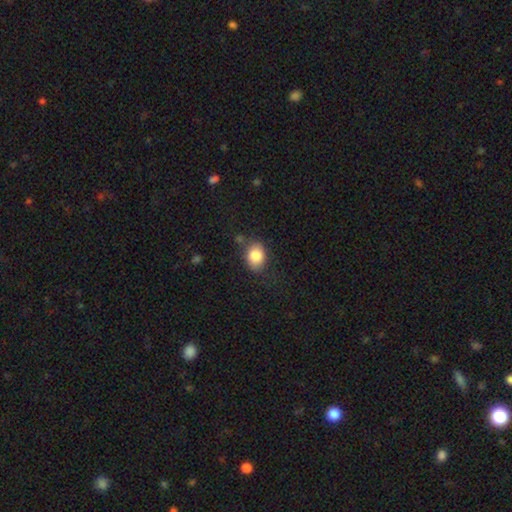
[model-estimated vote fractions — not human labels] Morphology: type=smooth (84%); roundness=in between (67%); merging=none (74%).